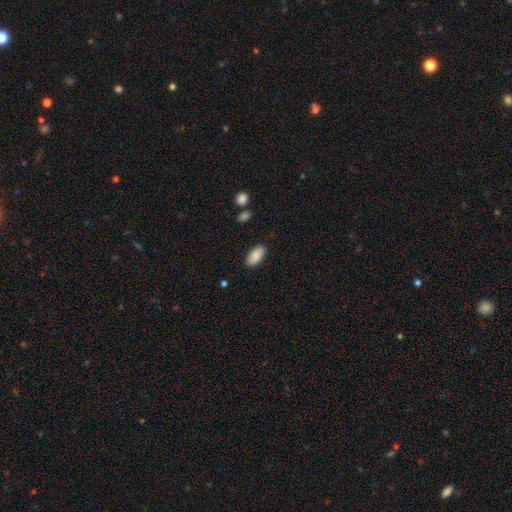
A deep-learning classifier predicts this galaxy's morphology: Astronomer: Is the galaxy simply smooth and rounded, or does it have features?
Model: smooth — 86%.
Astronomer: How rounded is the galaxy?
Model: in between — 93%.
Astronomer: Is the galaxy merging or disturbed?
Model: none — 87%.